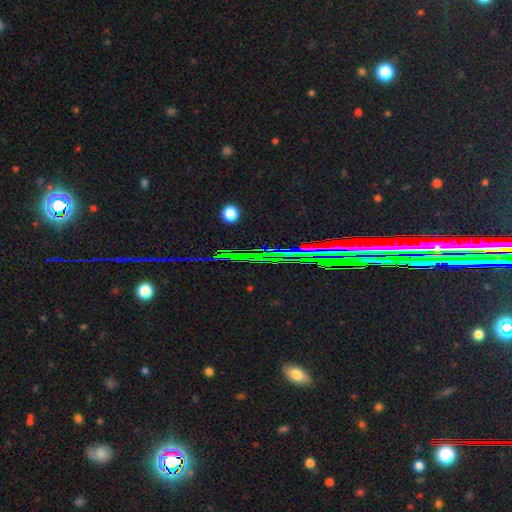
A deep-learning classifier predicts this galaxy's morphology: Smooth or featured: star or artifact — 76% (featured or disk — 13%)